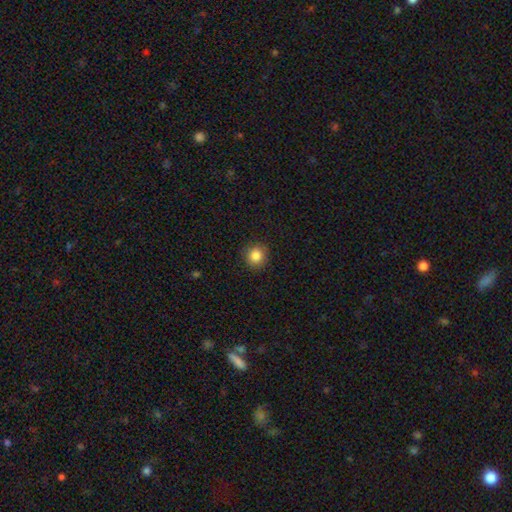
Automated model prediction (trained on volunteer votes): This appears to be a smooth galaxy with no disk features (85%) that is round (89%). Merging: none (90%).